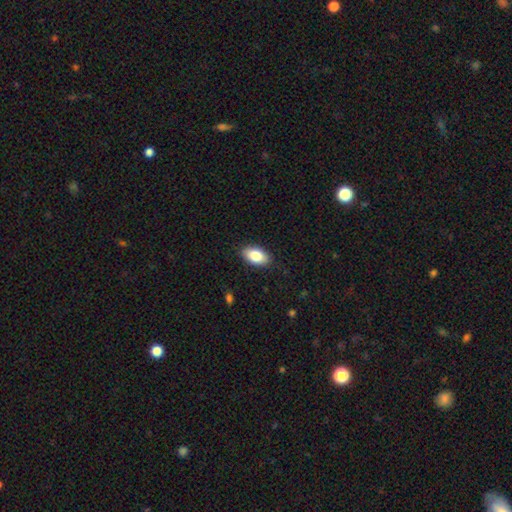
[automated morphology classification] A smooth galaxy with no disk features (83%) that is in between round and cigar-shaped (93%).

Vote fractions:
- Smooth or featured? smooth: 83% / featured or disk: 10% / star or artifact: 7%
- How rounded? in between: 93% / round: 5% / cigar-shaped: 2%
- Merging? none: 88% / minor disturbance: 9% / major disturbance: 2% / merger: 1%